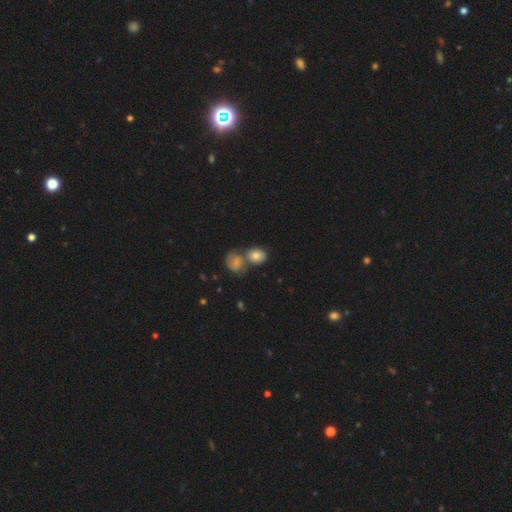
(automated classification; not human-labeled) smooth 76%, featured or disk 14%, star or artifact 10%. Down the decision tree: how rounded — round (56%); merging — merger (47%).